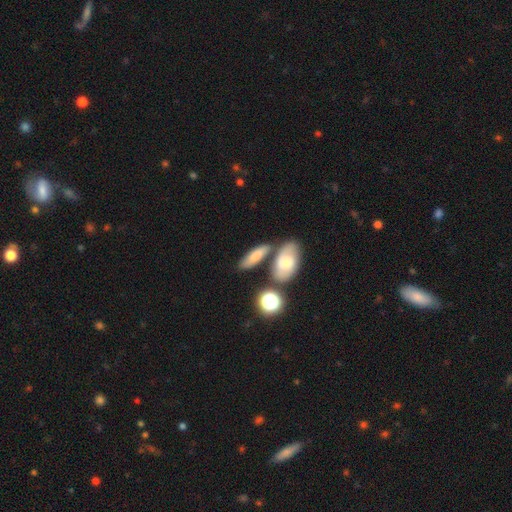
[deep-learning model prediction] smooth_or_featured: smooth (p=0.73) [alt: featured or disk p=0.19]
how_rounded: in between (p=0.65) [alt: cigar-shaped p=0.28]
merging: none (p=0.63) [alt: merger p=0.18]